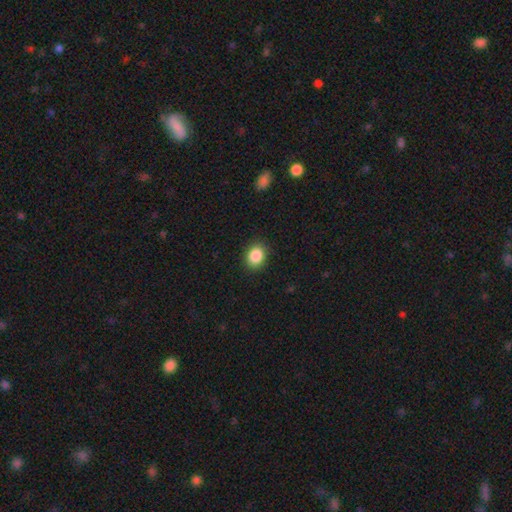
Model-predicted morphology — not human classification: A smooth galaxy with no disk features (88%) that is round (51%).

Vote fractions:
- Smooth or featured? smooth: 88% / star or artifact: 9% / featured or disk: 4%
- How rounded? round: 51% / in between: 48% / cigar-shaped: 1%
- Merging? none: 88% / minor disturbance: 8% / major disturbance: 2% / merger: 1%